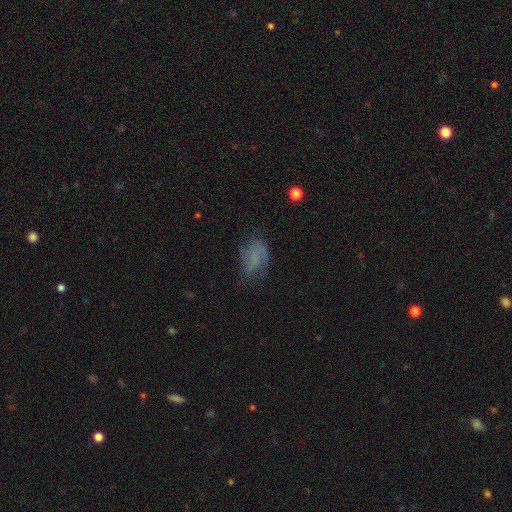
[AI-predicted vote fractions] Smooth or featured? featured or disk (46%)
Merging? none (53%)